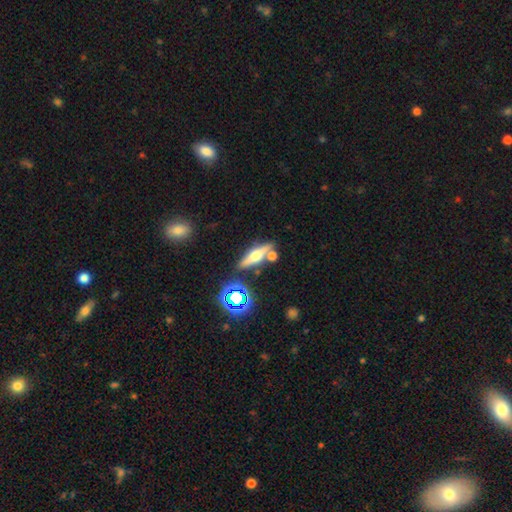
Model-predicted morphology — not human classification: type=featured or disk (55%); edge-on=yes (92%); edge-on bulge=rounded (92%); merging=none (73%).